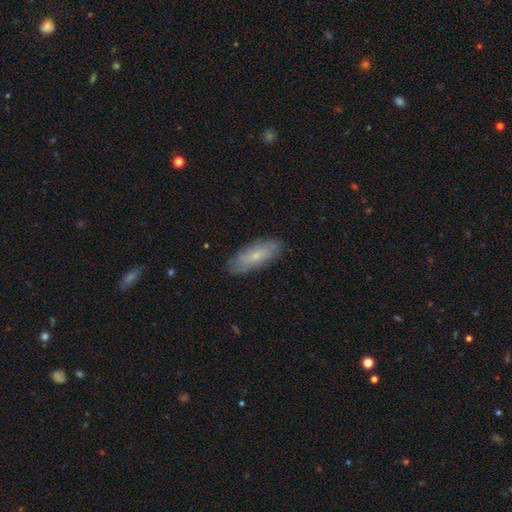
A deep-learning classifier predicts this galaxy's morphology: smooth 61%, featured or disk 32%, star or artifact 7%. Down the decision tree: how rounded — in between (67%); merging — none (82%).